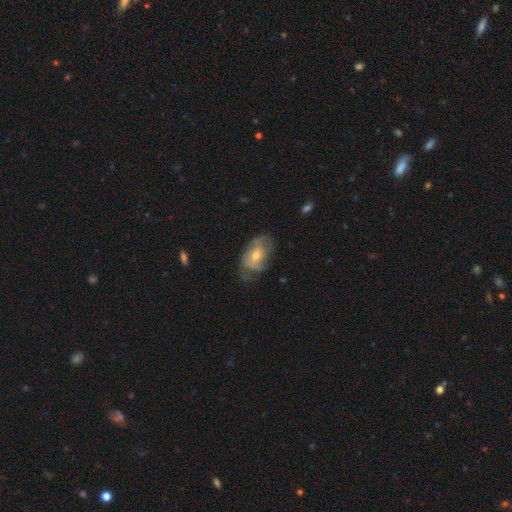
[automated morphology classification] A featured or disk galaxy (64%) with no bar (66%), spiral arms (73%) and a moderate central bulge (50%). Merging: none (52%).